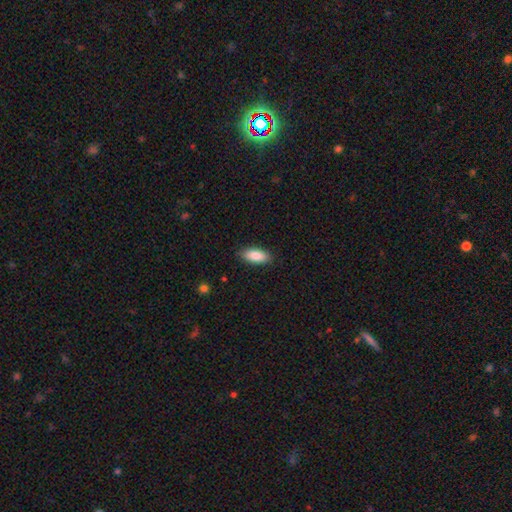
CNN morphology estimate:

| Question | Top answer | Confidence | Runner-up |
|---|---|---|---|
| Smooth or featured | smooth | 87% | featured or disk (7%) |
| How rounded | in between | 86% | cigar-shaped (12%) |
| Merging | none | 87% | minor disturbance (10%) |